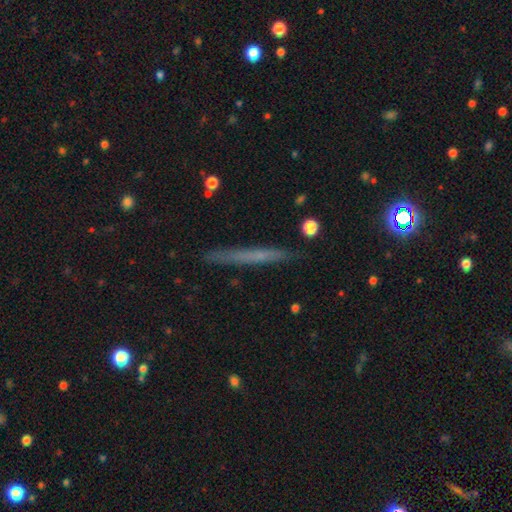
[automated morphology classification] Smooth or featured? smooth (49%)
Merging? none (88%)